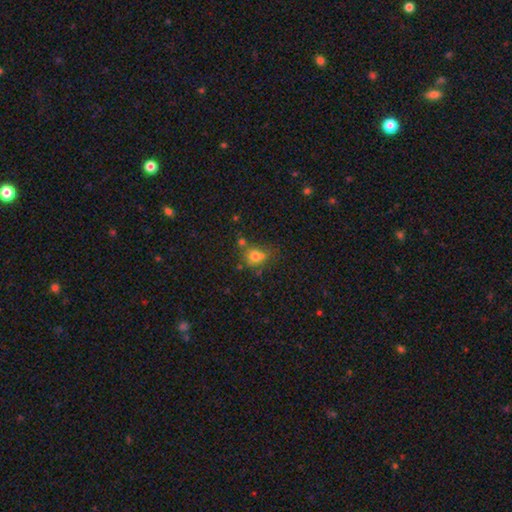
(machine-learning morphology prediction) Smooth or featured: smooth — 73% (star or artifact — 15%)
How rounded: round — 67% (in between — 32%)
Merging: none — 49% (minor disturbance — 21%)